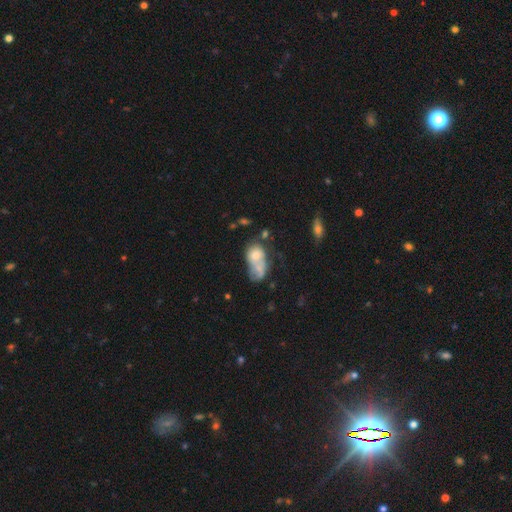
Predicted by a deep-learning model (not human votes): Smooth or featured?
  - smooth: 61% *
  - featured or disk: 29%
  - star or artifact: 10%
How rounded?
  - in between: 77% *
  - round: 20%
  - cigar-shaped: 2%
Merging?
  - merger: 51% *
  - none: 18%
  - major disturbance: 16%
  - minor disturbance: 14%